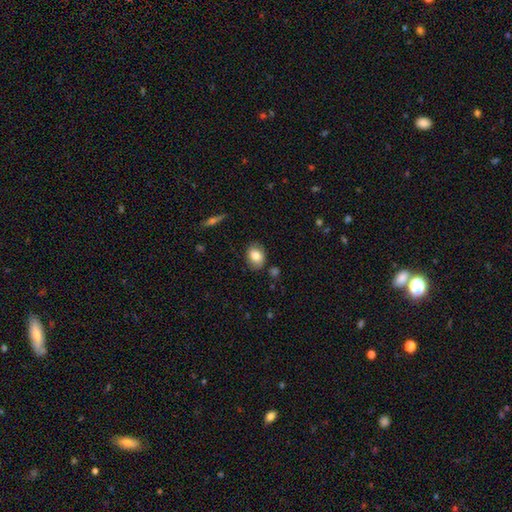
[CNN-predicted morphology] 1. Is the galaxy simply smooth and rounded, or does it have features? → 80% smooth, 12% featured or disk, 8% star or artifact.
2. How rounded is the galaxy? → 65% in between, 34% round, 1% cigar-shaped.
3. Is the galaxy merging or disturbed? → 81% none, 14% minor disturbance, 3% major disturbance, 2% merger.